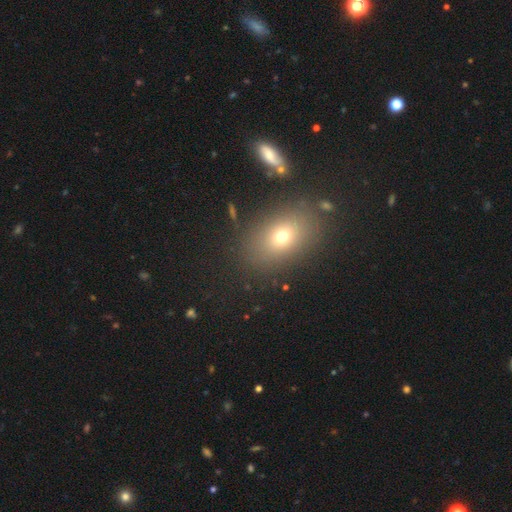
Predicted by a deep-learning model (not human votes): Morphology: type=smooth (63%); roundness=in between (74%); merging=none (83%).